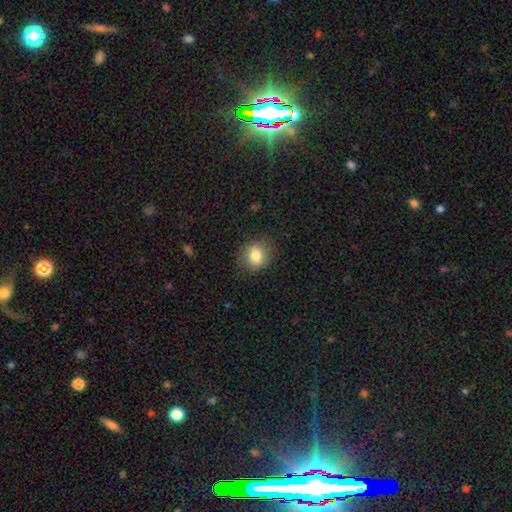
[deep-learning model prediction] Smooth or featured?
  - smooth: 82% *
  - star or artifact: 9%
  - featured or disk: 9%
How rounded?
  - round: 64% *
  - in between: 35%
  - cigar-shaped: 1%
Merging?
  - none: 82% *
  - minor disturbance: 13%
  - major disturbance: 4%
  - merger: 1%